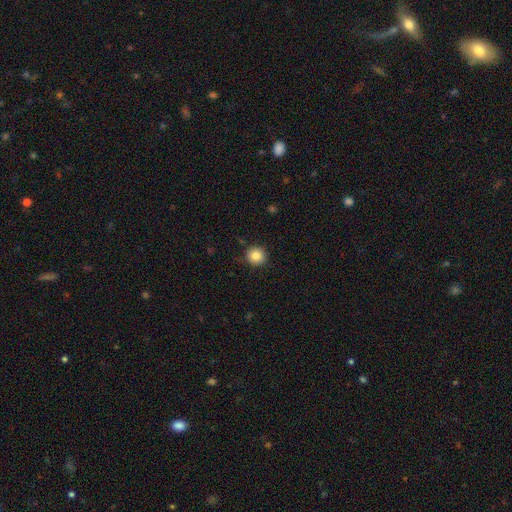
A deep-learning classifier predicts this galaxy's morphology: smooth 84%, star or artifact 10%, featured or disk 6%. Down the decision tree: how rounded — round (93%); merging — none (89%).